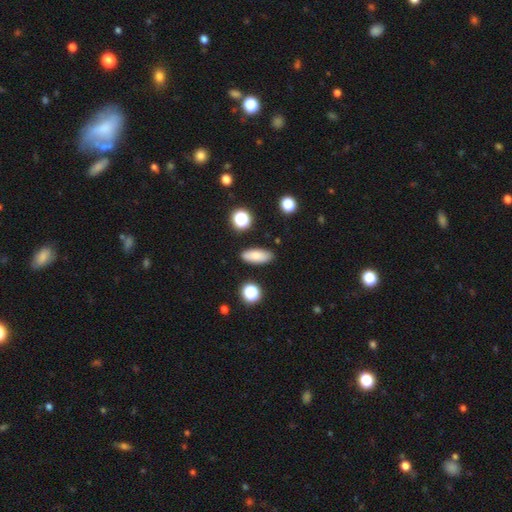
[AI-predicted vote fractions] Overall: smooth (81%). How rounded: in between (74%). Merging: none (86%).